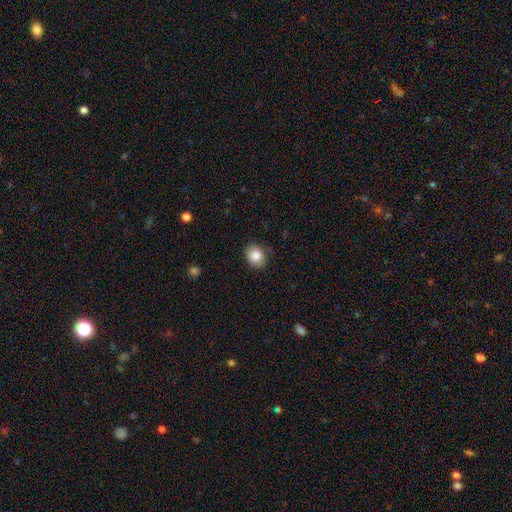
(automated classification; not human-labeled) Q: Smooth or featured?
A: smooth (86%); runner-up: star or artifact (8%)
Q: How rounded?
A: round (58%); runner-up: in between (41%)
Q: Merging?
A: none (84%); runner-up: minor disturbance (12%)